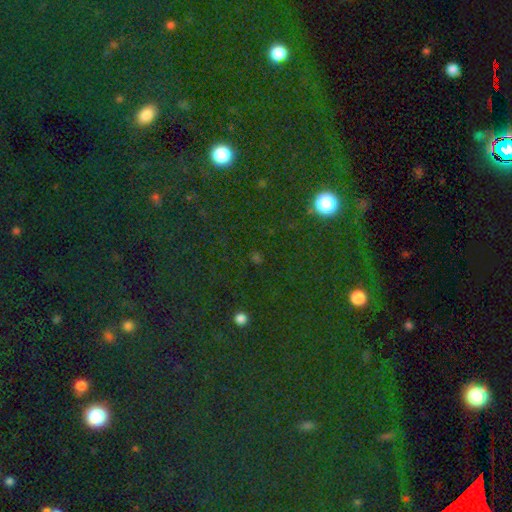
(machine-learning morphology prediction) Q: Smooth or featured?
A: star or artifact (73%); runner-up: smooth (19%)